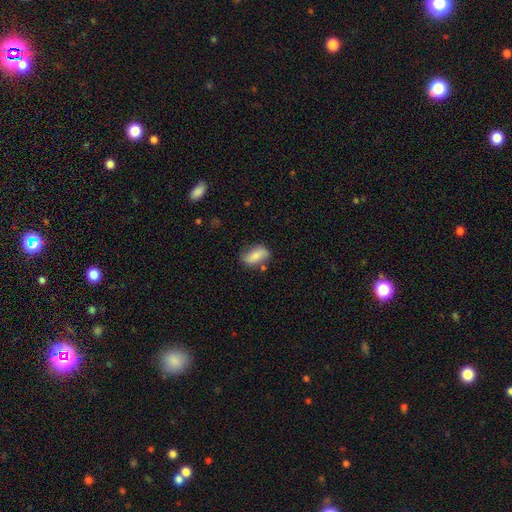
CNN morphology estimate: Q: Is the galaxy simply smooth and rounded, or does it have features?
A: smooth — 73%.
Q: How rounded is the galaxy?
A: in between — 85%.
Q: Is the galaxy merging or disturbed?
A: none — 69%.